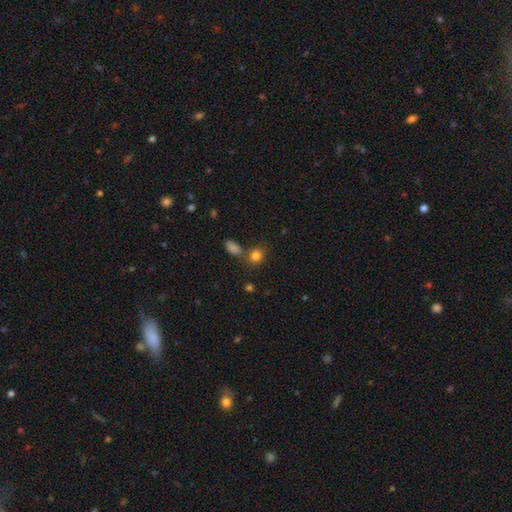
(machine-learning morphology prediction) smooth-or-featured: smooth: 82% | star or artifact: 12% | featured or disk: 6%
  how-rounded: round: 65% | in between: 34% | cigar-shaped: 1%
  merging: none: 64% | merger: 20% | minor disturbance: 12% | major disturbance: 4%